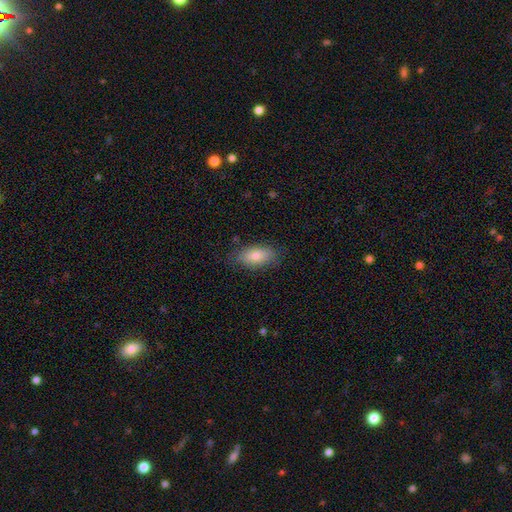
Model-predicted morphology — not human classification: smooth-or-featured: smooth: 81% | featured or disk: 11% | star or artifact: 7%
  how-rounded: in between: 87% | cigar-shaped: 10% | round: 3%
  merging: none: 81% | minor disturbance: 14% | major disturbance: 3% | merger: 1%